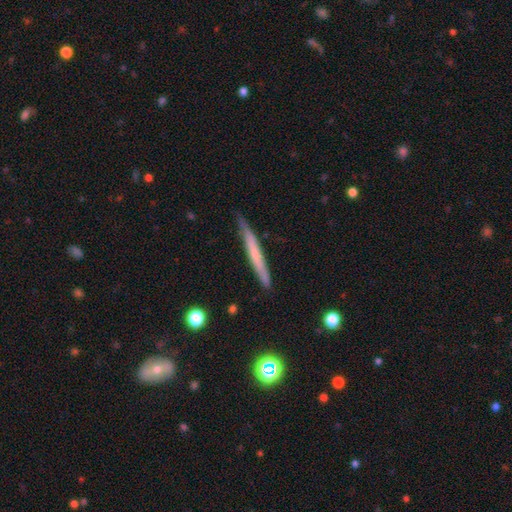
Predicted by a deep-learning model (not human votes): smooth_or_featured: smooth (p=0.53) [alt: featured or disk p=0.41]
how_rounded: cigar-shaped (p=0.96) [alt: in between p=0.02]
merging: none (p=0.81) [alt: minor disturbance p=0.16]